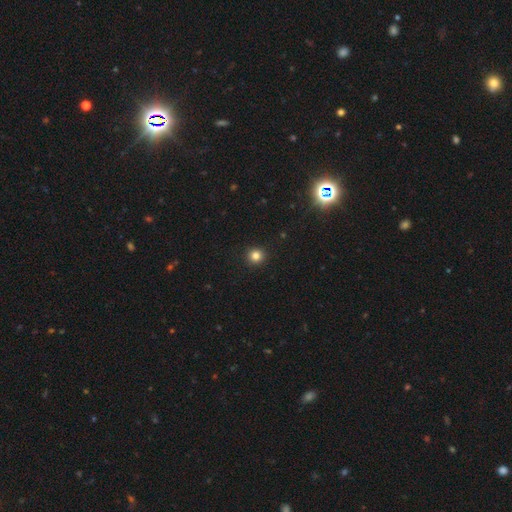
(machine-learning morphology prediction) smooth_or_featured: smooth (p=0.83) [alt: star or artifact p=0.13]
how_rounded: round (p=0.94) [alt: in between p=0.05]
merging: none (p=0.93) [alt: minor disturbance p=0.04]